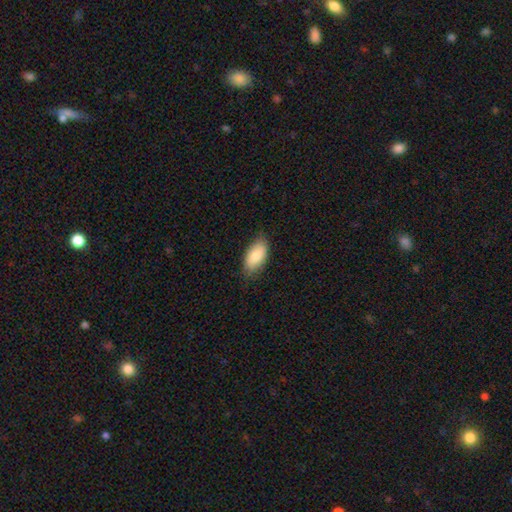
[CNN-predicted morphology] Smooth or featured? smooth (81%)
How rounded? in between (94%)
Merging? none (77%)